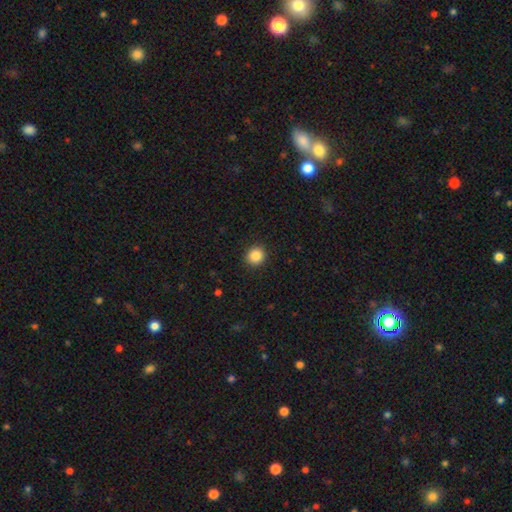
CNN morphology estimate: Smooth or featured: smooth — 86% (star or artifact — 10%)
How rounded: round — 92% (in between — 7%)
Merging: none — 92% (minor disturbance — 5%)